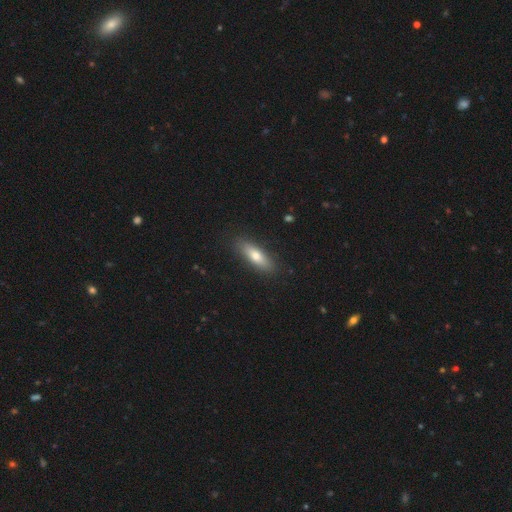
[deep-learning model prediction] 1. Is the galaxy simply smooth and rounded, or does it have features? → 69% smooth, 25% featured or disk, 6% star or artifact.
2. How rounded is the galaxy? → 50% cigar-shaped, 47% in between, 2% round.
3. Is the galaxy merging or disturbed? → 87% none, 10% minor disturbance, 2% major disturbance, 1% merger.